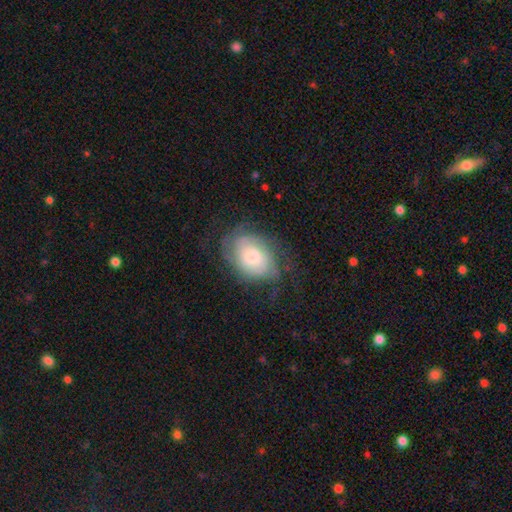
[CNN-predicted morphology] Smooth or featured?
  - featured or disk: 54% *
  - smooth: 38%
  - star or artifact: 8%
Edge-on disk?
  - no: 96% *
  - yes: 4%
Bar?
  - no: 77% *
  - weak: 19%
  - strong: 3%
Spiral arms?
  - yes: 80% *
  - no: 20%
Bulge size?
  - moderate: 41% *
  - small: 36%
  - large: 16%
  - dominant: 4%
  - none: 3%
Merging?
  - none: 55% *
  - minor disturbance: 23%
  - major disturbance: 20%
  - merger: 1%